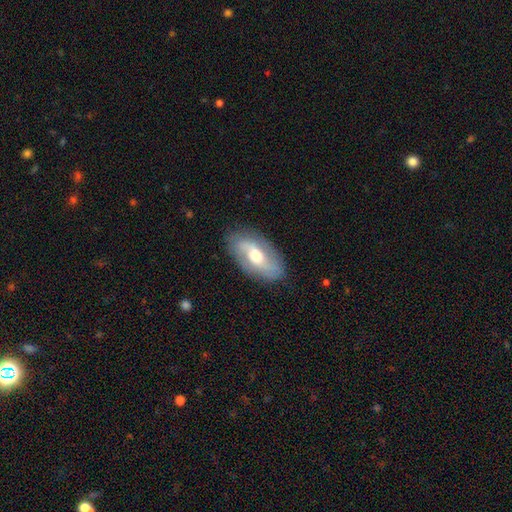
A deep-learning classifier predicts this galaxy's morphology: Smooth or featured: featured or disk — 66% (smooth — 28%)
Edge-on disk: no — 91% (yes — 9%)
Bar: weak — 43% (no — 40%)
Spiral arms: yes — 80% (no — 20%)
Bulge size: moderate — 67% (large — 19%)
Merging: none — 83% (minor disturbance — 12%)